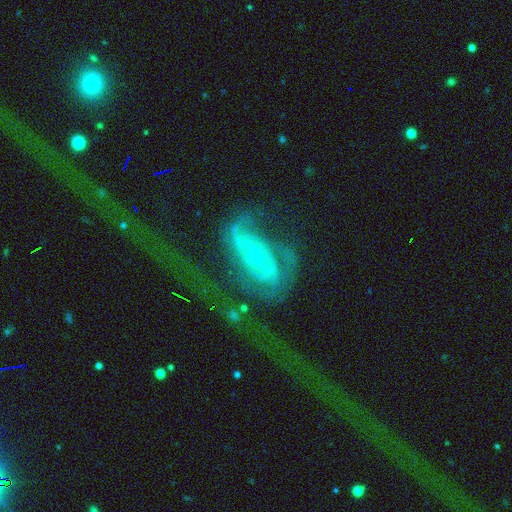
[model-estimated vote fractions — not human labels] The model was most divided on "merging": major disturbance: 43%, none: 38%, minor disturbance: 16%, merger: 3%. Remaining: edge-on disk — no (95%); spiral arms — yes (87%); smooth or featured — featured or disk (82%); bulge size — small (72%); bar — no (52%); spiral arm count — 2 (52%); spiral winding — medium (42%).